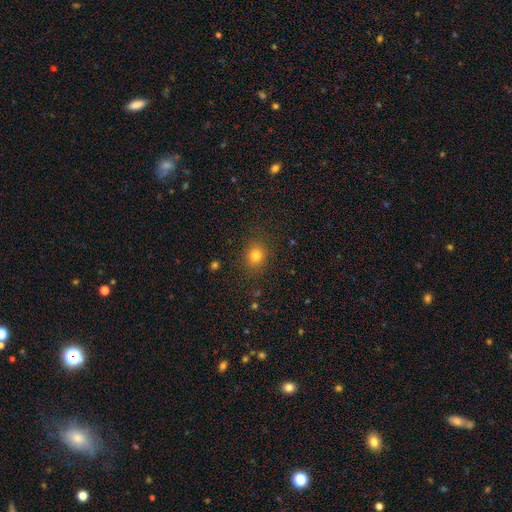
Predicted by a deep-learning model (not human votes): smooth-or-featured: smooth: 80% | star or artifact: 14% | featured or disk: 6%
  how-rounded: round: 71% | in between: 28% | cigar-shaped: 1%
  merging: none: 87% | minor disturbance: 9% | major disturbance: 3% | merger: 1%